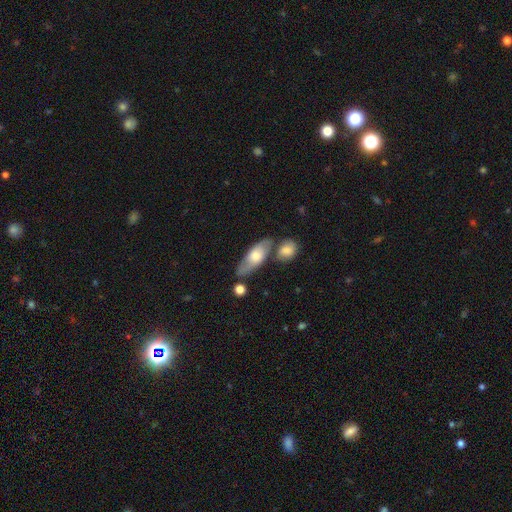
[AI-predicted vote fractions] smooth_or_featured: smooth (p=0.59) [alt: featured or disk p=0.35]
how_rounded: in between (p=0.67) [alt: cigar-shaped p=0.30]
merging: none (p=0.61) [alt: minor disturbance p=0.17]